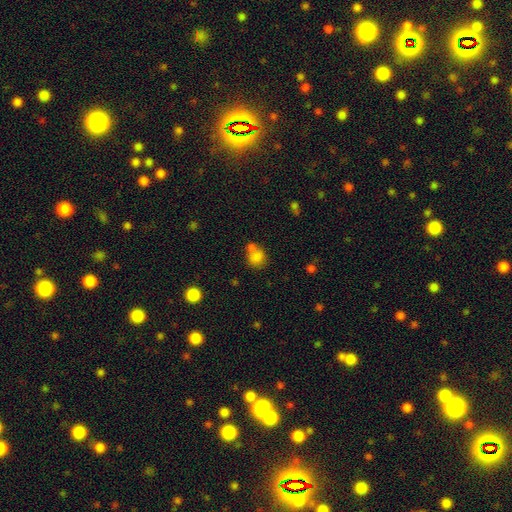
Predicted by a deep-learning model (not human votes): A smooth galaxy with no disk features (80%) that is round (68%).

Vote fractions:
- Smooth or featured? smooth: 80% / star or artifact: 11% / featured or disk: 9%
- How rounded? round: 68% / in between: 31% / cigar-shaped: 1%
- Merging? none: 45% / merger: 38% / minor disturbance: 12% / major disturbance: 5%